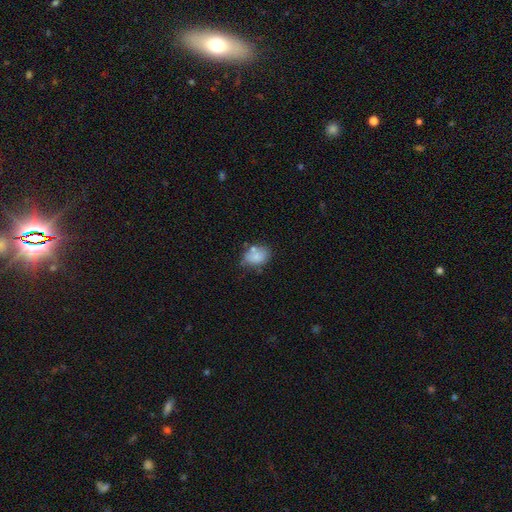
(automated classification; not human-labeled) A smooth galaxy with no disk features (80%) that is in between round and cigar-shaped (77%). Merging: none (57%).